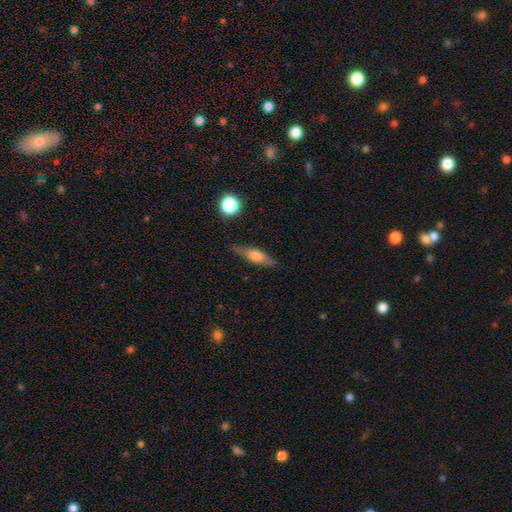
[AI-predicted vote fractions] smooth 52%, featured or disk 41%, star or artifact 7%. Down the decision tree: how rounded — cigar-shaped (54%); merging — none (80%).